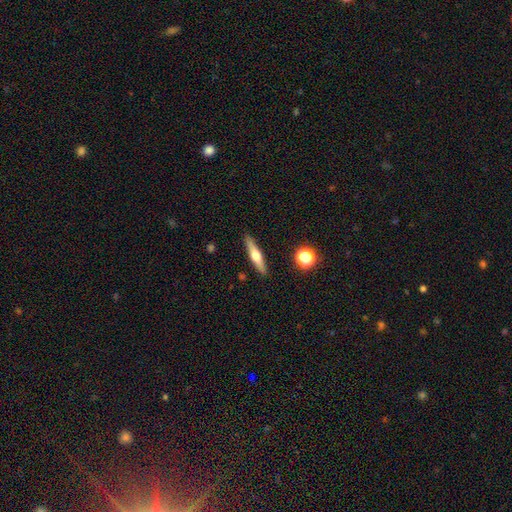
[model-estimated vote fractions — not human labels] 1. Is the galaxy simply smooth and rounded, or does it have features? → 51% featured or disk, 42% smooth, 7% star or artifact.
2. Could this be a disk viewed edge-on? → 94% yes, 6% no.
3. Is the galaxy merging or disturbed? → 90% none, 7% minor disturbance, 2% major disturbance, 1% merger.